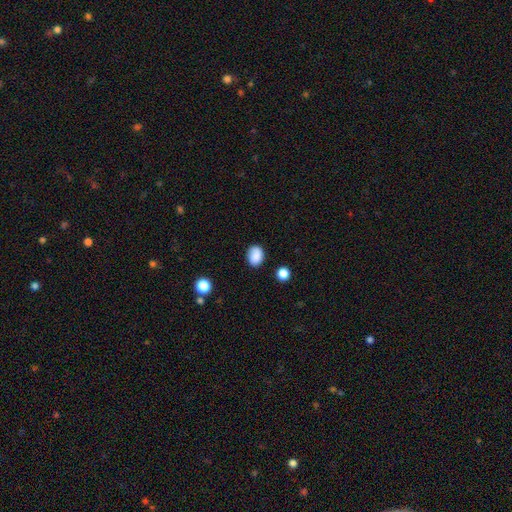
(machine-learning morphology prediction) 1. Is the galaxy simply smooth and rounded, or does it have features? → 87% smooth, 9% star or artifact, 4% featured or disk.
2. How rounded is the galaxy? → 59% in between, 40% round, 1% cigar-shaped.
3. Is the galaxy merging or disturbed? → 83% none, 12% minor disturbance, 3% major disturbance, 2% merger.